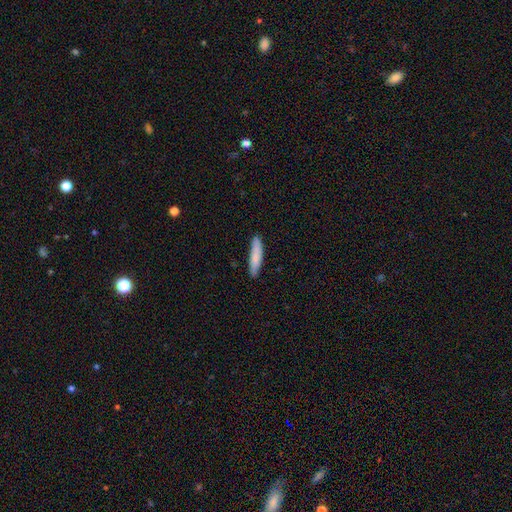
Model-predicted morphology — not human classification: The model was most divided on "smooth or featured": smooth: 82%, featured or disk: 12%, star or artifact: 6%. More confident: how rounded — cigar-shaped (86%); merging — none (86%).